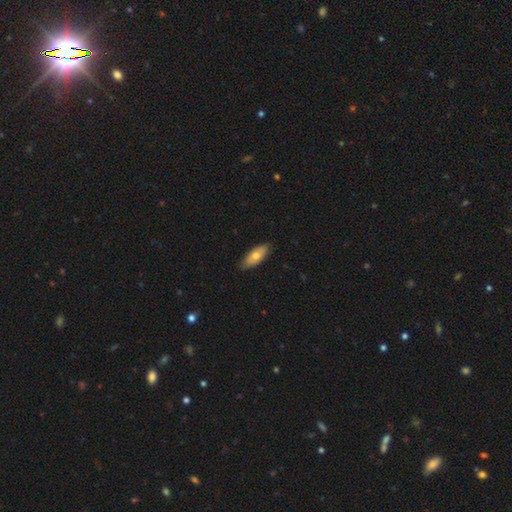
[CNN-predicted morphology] A smooth galaxy with no disk features (68%) that is in between round and cigar-shaped (82%).

Vote fractions:
- Smooth or featured? smooth: 68% / featured or disk: 27% / star or artifact: 6%
- How rounded? in between: 82% / cigar-shaped: 16% / round: 2%
- Merging? none: 85% / minor disturbance: 12% / major disturbance: 2% / merger: 1%